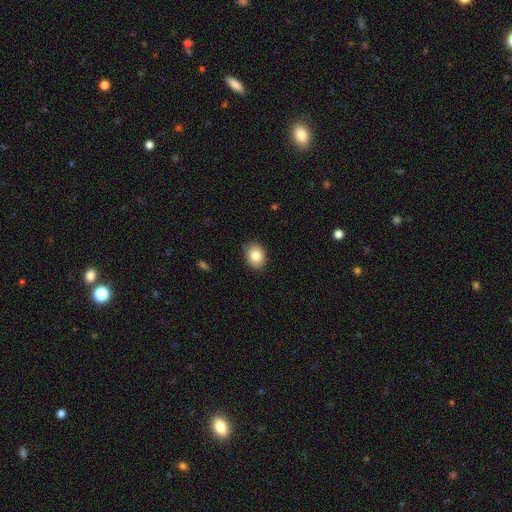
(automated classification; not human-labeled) smooth-or-featured: smooth: 81% | featured or disk: 9% | star or artifact: 9%
  how-rounded: round: 53% | in between: 46% | cigar-shaped: 1%
  merging: none: 86% | minor disturbance: 11% | major disturbance: 2% | merger: 1%